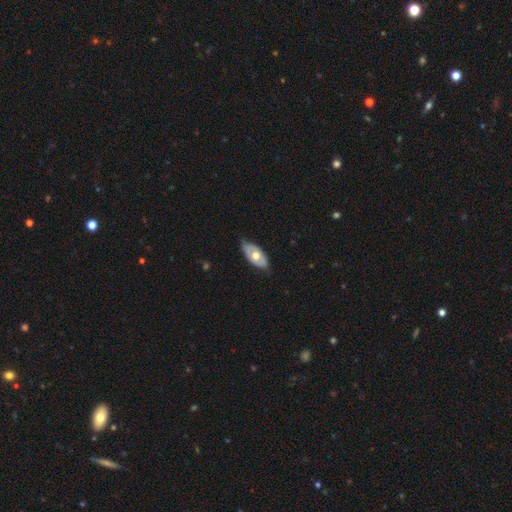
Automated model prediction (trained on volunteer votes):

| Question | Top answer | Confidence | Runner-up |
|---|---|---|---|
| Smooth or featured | smooth | 49% | featured or disk (45%) |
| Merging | none | 74% | minor disturbance (22%) |